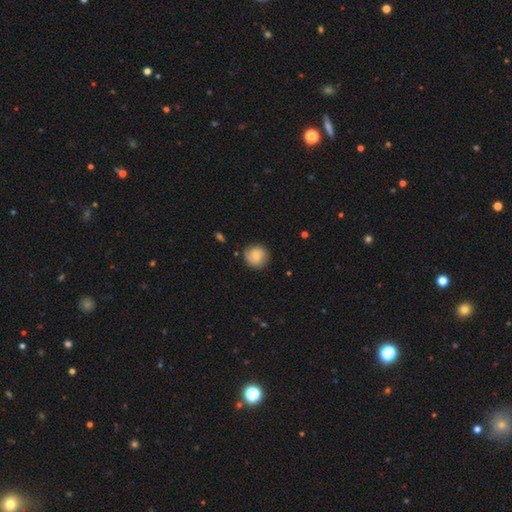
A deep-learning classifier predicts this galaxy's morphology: This appears to be a smooth galaxy with no disk features (64%) that is round (89%). Merging: none (80%).